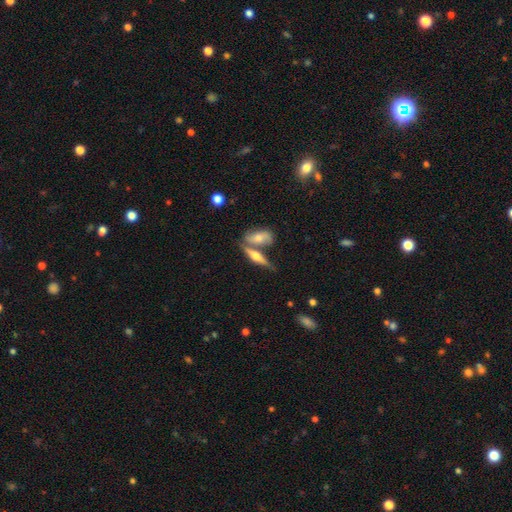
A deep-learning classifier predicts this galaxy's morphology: This is possibly a featured or disk galaxy (52%). It is clearly viewed edge-on (89%). Merging: possibly none (52%).